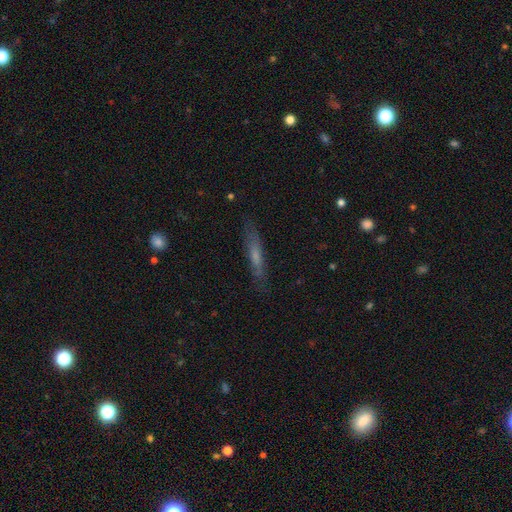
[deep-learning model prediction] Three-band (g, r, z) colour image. It shows a smooth galaxy with no disk features (52%) that is cigar-shaped (88%). Merging: none (81%).